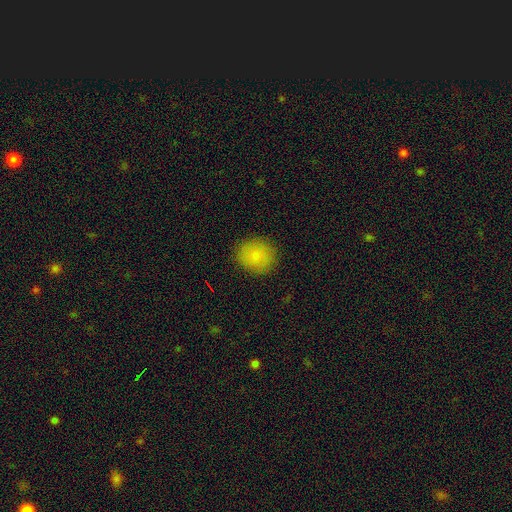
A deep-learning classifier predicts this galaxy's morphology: type=smooth (84%); roundness=round (76%); merging=none (87%).